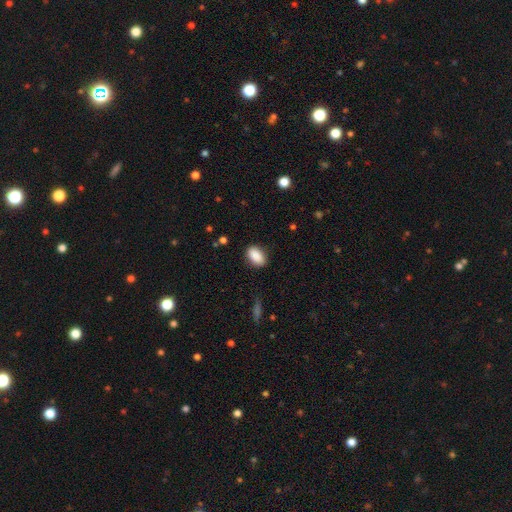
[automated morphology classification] Smooth or featured? smooth (89%)
How rounded? in between (90%)
Merging? none (85%)